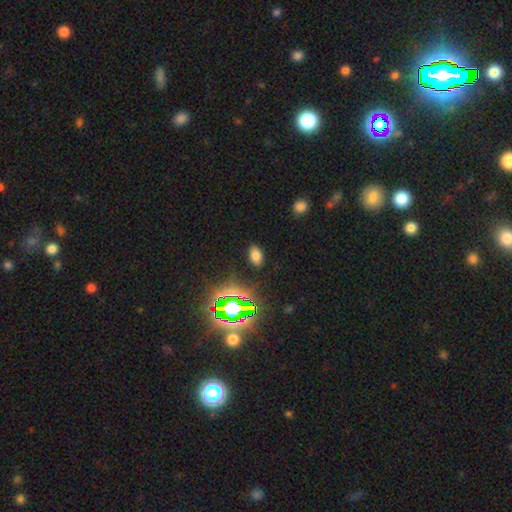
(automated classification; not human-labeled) A smooth galaxy with no disk features (67%) that is in between round and cigar-shaped (90%).

Vote fractions:
- Smooth or featured? smooth: 67% / star or artifact: 25% / featured or disk: 8%
- How rounded? in between: 90% / round: 8% / cigar-shaped: 2%
- Merging? none: 87% / minor disturbance: 9% / major disturbance: 3% / merger: 1%